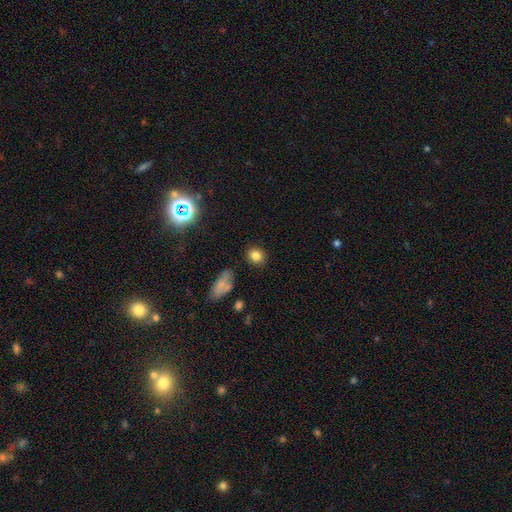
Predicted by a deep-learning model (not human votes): Overall: smooth (82%). How rounded: round (67%; in between 31%). Merging: none (86%).